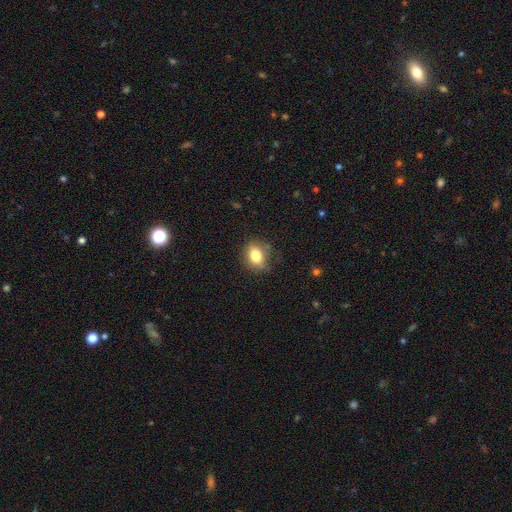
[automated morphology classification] Smooth or featured? smooth (78%)
How rounded? in between (55%)
Merging? none (75%)